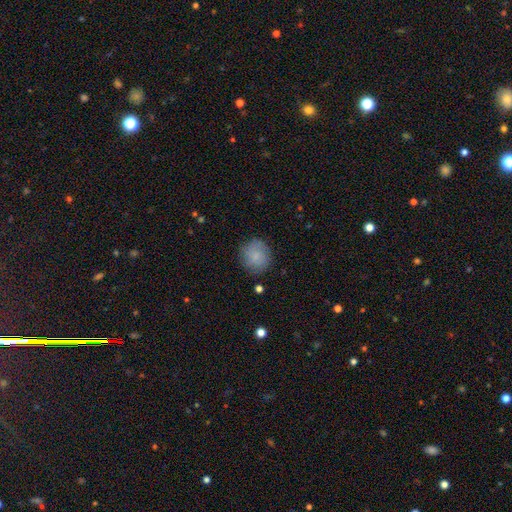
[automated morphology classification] The model was most divided on "merging": none: 83%, minor disturbance: 12%, major disturbance: 3%, merger: 1%. More confident: how rounded — round (88%); smooth or featured — smooth (83%).